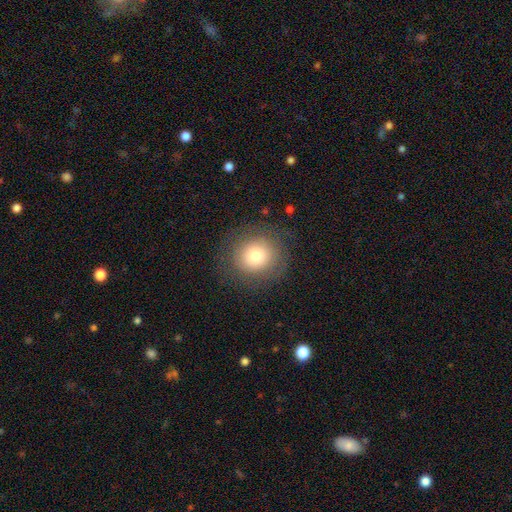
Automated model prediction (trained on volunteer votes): Q: Smooth or featured?
A: smooth (75%); runner-up: featured or disk (14%)
Q: How rounded?
A: round (90%); runner-up: in between (9%)
Q: Merging?
A: none (84%); runner-up: minor disturbance (10%)